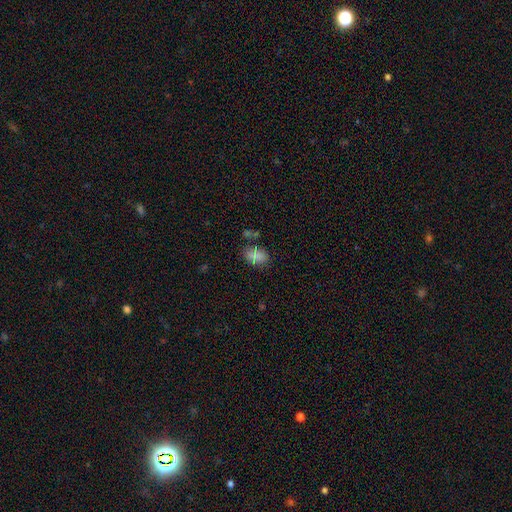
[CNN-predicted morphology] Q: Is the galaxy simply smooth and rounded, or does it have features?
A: smooth — 82%.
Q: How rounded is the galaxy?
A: in between — 88%.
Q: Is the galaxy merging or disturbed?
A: none — 67%.